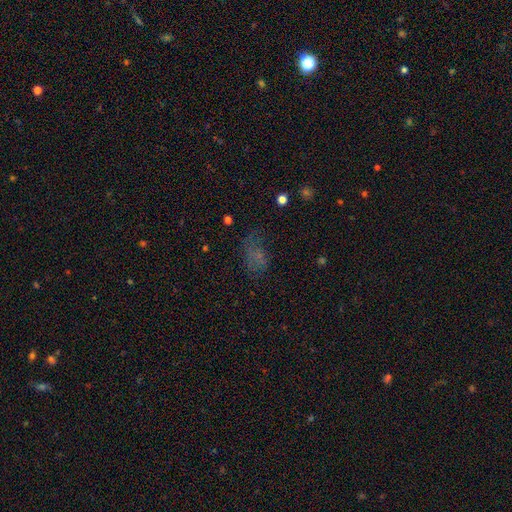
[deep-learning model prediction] Smooth or featured? smooth (51%)
How rounded? in between (84%)
Merging? none (45%)